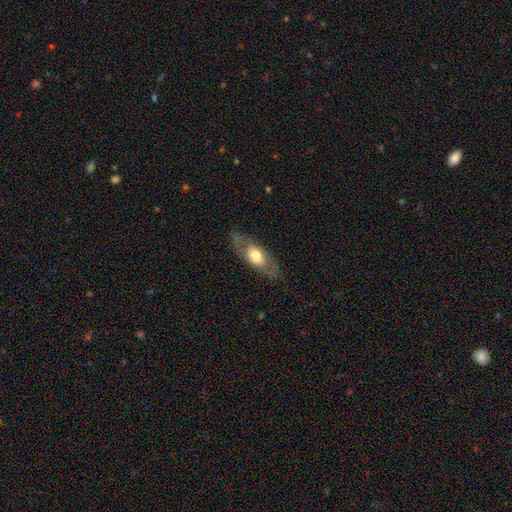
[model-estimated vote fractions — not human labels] smooth_or_featured: featured or disk (p=0.51) [alt: smooth p=0.43]
disk_edge_on: no (p=0.74) [alt: yes p=0.26]
merging: none (p=0.80) [alt: minor disturbance p=0.13]